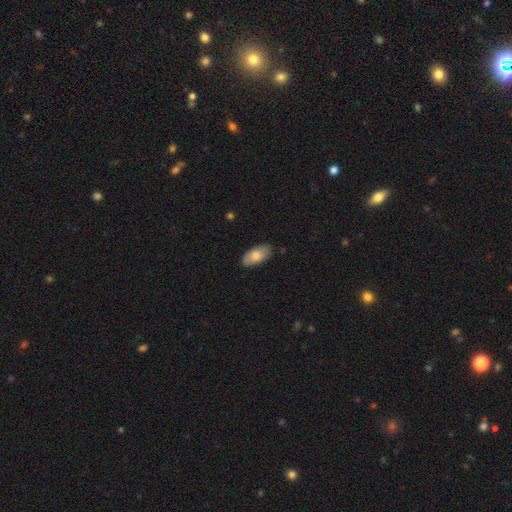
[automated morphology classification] This is likely a smooth galaxy (77%). How rounded: clearly in between (92%). Merging: clearly none (83%).